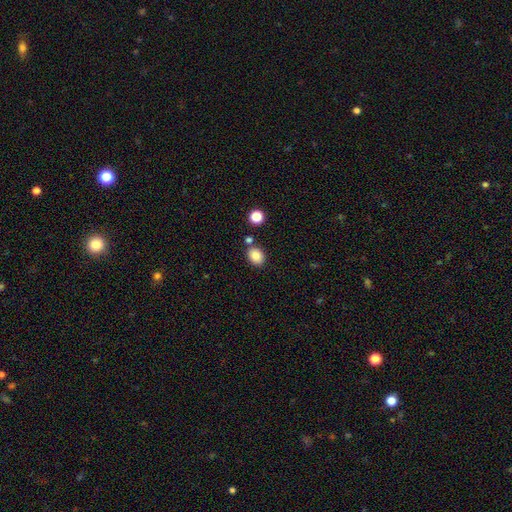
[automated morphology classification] A smooth galaxy with no disk features (86%) that is in between round and cigar-shaped (58%).

Vote fractions:
- Smooth or featured? smooth: 86% / star or artifact: 10% / featured or disk: 5%
- How rounded? in between: 58% / round: 41% / cigar-shaped: 1%
- Merging? none: 77% / minor disturbance: 11% / merger: 10% / major disturbance: 3%